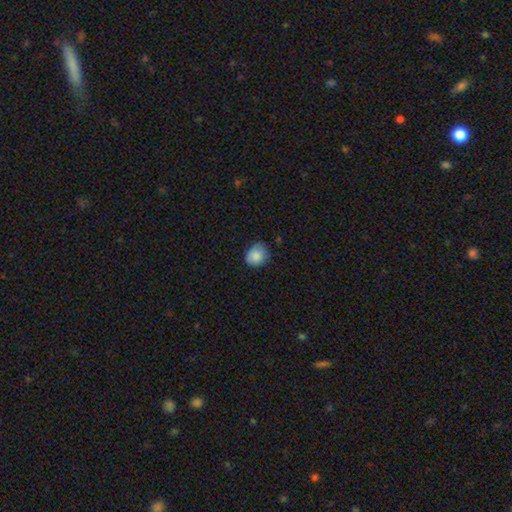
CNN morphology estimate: smooth 84%, star or artifact 8%, featured or disk 8%. Down the decision tree: how rounded — round (65%); merging — none (66%).